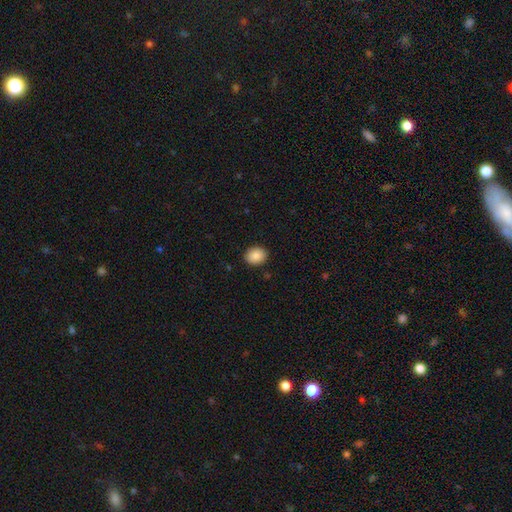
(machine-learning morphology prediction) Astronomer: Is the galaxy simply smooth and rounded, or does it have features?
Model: smooth — 89%.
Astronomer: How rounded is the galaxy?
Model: round — 55% (runner-up: in between, 44%).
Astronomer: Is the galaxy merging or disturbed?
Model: none — 90%.